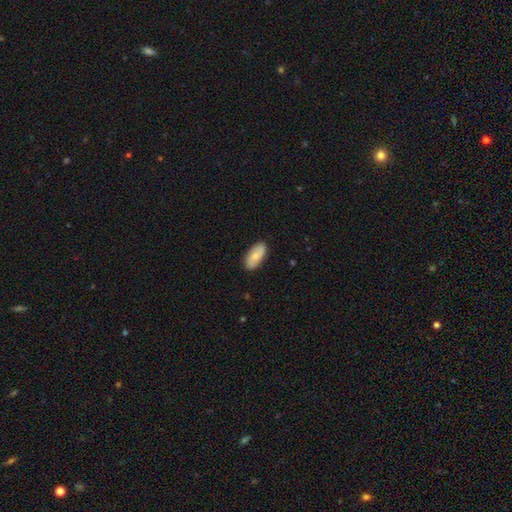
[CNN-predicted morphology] Smooth or featured? smooth (69%)
How rounded? in between (91%)
Merging? none (85%)